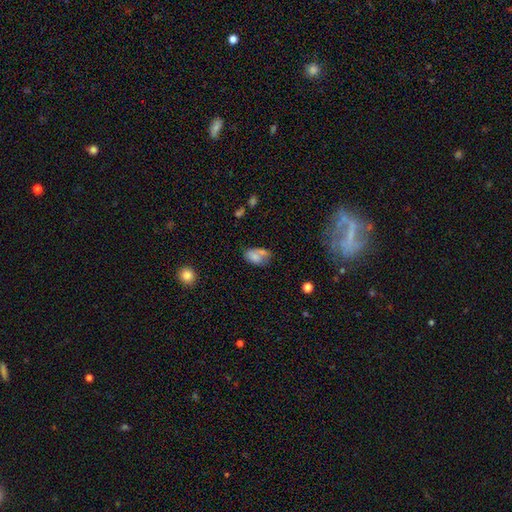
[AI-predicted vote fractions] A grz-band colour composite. It shows a smooth galaxy with no disk features (69%) that is in between round and cigar-shaped (86%). Merging: none (33%).